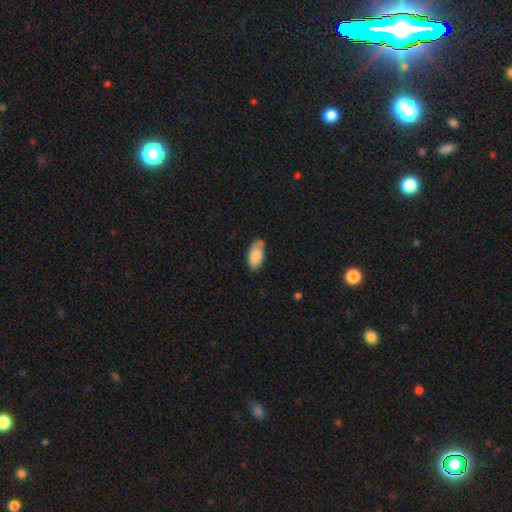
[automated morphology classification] Smooth or featured? smooth (85%)
How rounded? in between (93%)
Merging? none (67%)